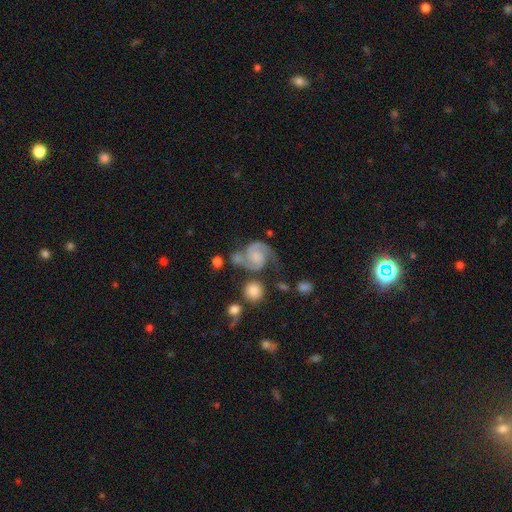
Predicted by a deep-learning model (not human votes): featured or disk 85%, smooth 9%, star or artifact 5%. Down the decision tree: edge-on disk — no (98%); bar — no (64%); spiral arms — yes (97%); spiral arm count — 2 (87%); spiral winding — medium (51%); bulge size — none (33%); merging — none (49%).